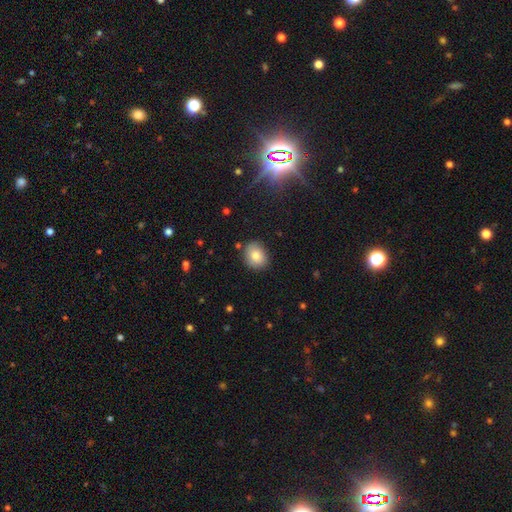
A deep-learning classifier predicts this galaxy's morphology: Q: Smooth or featured?
A: smooth (82%); runner-up: featured or disk (9%)
Q: How rounded?
A: round (56%); runner-up: in between (43%)
Q: Merging?
A: none (83%); runner-up: minor disturbance (13%)